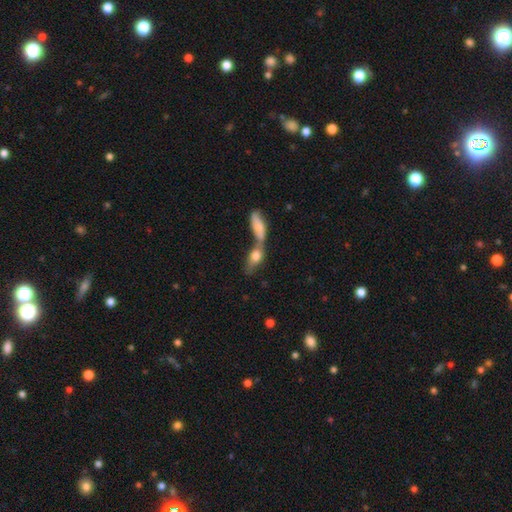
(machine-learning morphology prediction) type=smooth (64%); roundness=in between (68%); merging=merger (67%).